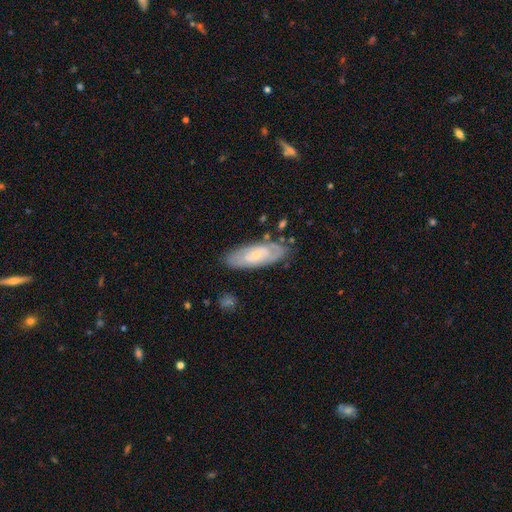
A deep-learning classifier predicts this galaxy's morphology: smooth-or-featured: featured or disk: 62% | smooth: 32% | star or artifact: 6%
  disk-edge-on: no: 85% | yes: 15%
    bar: no: 71% | weak: 24% | strong: 6%
    has-spiral-arms: yes: 73% | no: 27%
    bulge-size: small: 70% | moderate: 24% | none: 3% | large: 2% | dominant: 1%
  merging: none: 76% | minor disturbance: 16% | major disturbance: 4% | merger: 3%